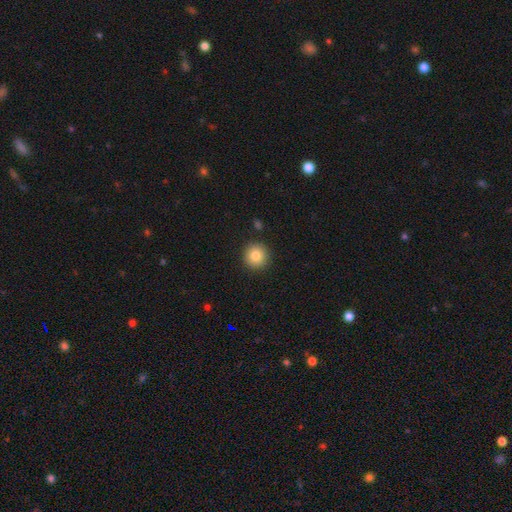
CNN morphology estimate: Q: Smooth or featured?
A: smooth (83%); runner-up: star or artifact (9%)
Q: How rounded?
A: round (94%); runner-up: in between (5%)
Q: Merging?
A: none (91%); runner-up: minor disturbance (5%)